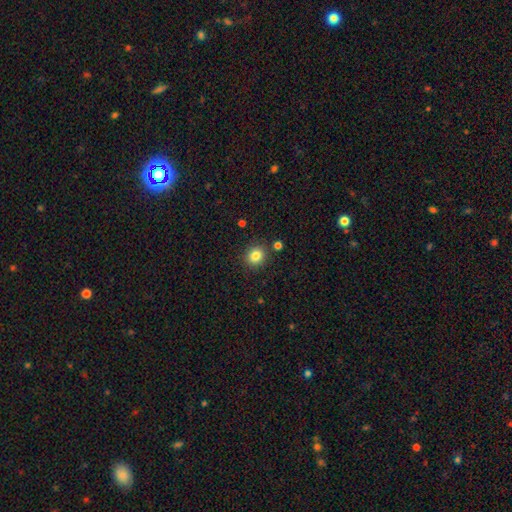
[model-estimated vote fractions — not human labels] This appears to be a smooth galaxy with no disk features (83%) that is round (81%). Merging: none (87%).